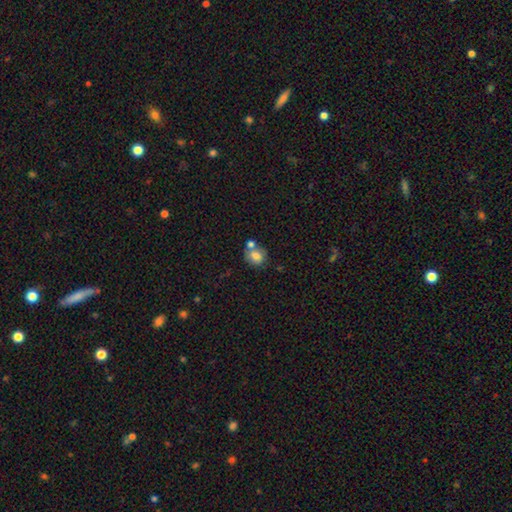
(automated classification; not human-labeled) Smooth or featured? smooth (75%)
How rounded? round (66%)
Merging? none (48%)